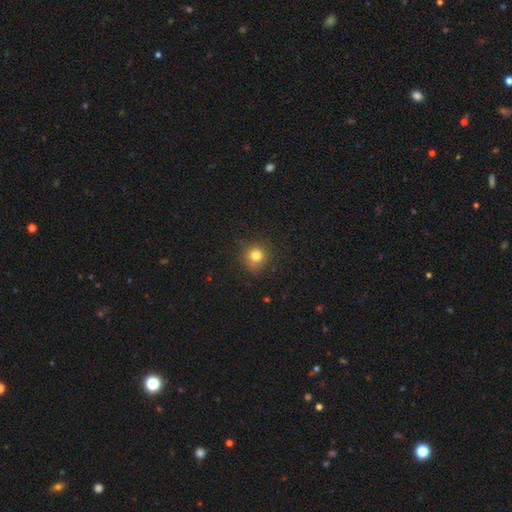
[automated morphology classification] smooth 79%, star or artifact 13%, featured or disk 8%. Down the decision tree: how rounded — round (91%); merging — none (85%).